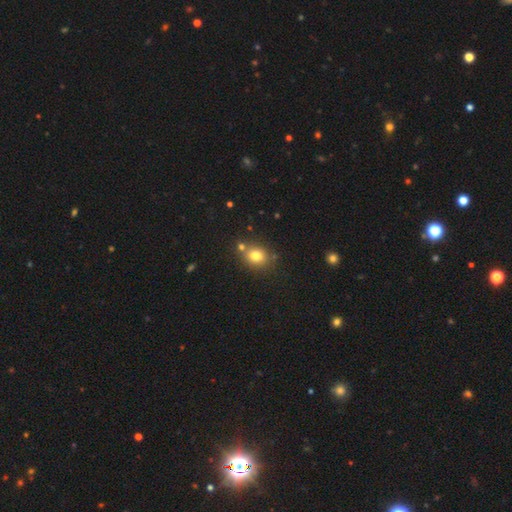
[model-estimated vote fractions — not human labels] smooth 78%, star or artifact 12%, featured or disk 9%. Down the decision tree: how rounded — round (60%); merging — none (72%).